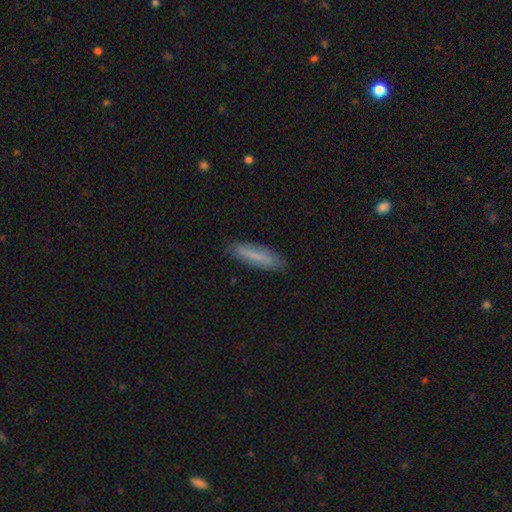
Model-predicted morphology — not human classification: Overall: smooth (74%). How rounded: cigar-shaped (66%; in between 33%). Merging: none (83%).